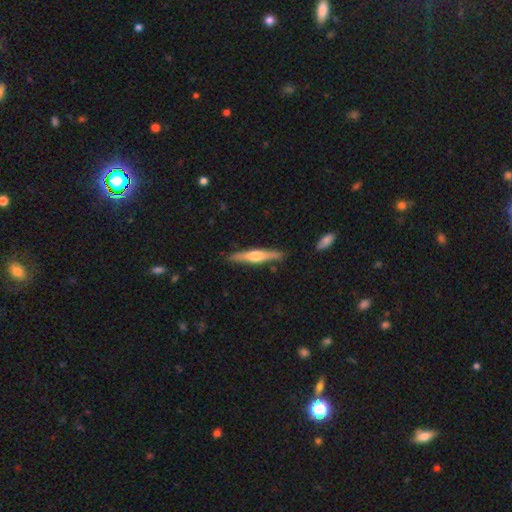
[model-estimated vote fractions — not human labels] Smooth or featured? featured or disk (62%)
Edge-on disk? yes (97%)
Edge-on bulge? rounded (88%)
Merging? none (88%)